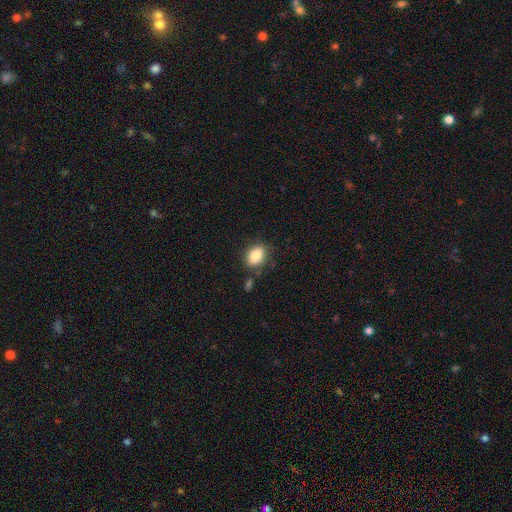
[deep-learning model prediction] Smooth or featured?
  - smooth: 84% *
  - star or artifact: 8%
  - featured or disk: 8%
How rounded?
  - in between: 80% *
  - round: 18%
  - cigar-shaped: 2%
Merging?
  - none: 75% *
  - minor disturbance: 15%
  - merger: 5%
  - major disturbance: 4%